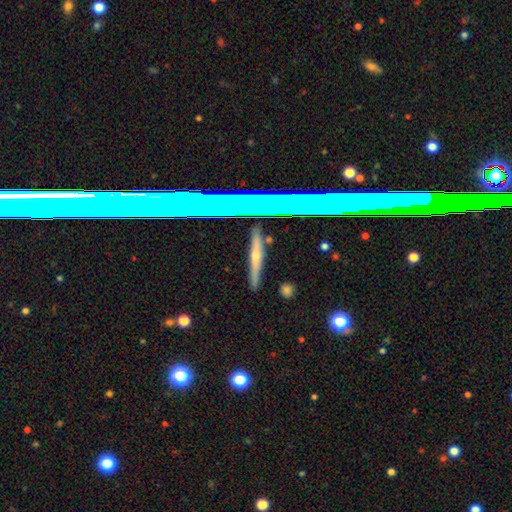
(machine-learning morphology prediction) This is likely a featured or disk galaxy (62%). It is clearly viewed edge-on (92%). Edge-on bulge: likely rounded (64%). Merging: clearly none (87%).